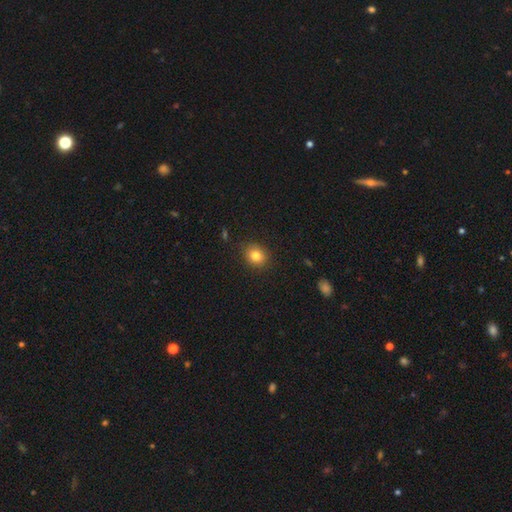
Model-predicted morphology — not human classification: Smooth or featured: smooth — 82% (star or artifact — 11%)
How rounded: round — 66% (in between — 33%)
Merging: none — 86% (minor disturbance — 10%)